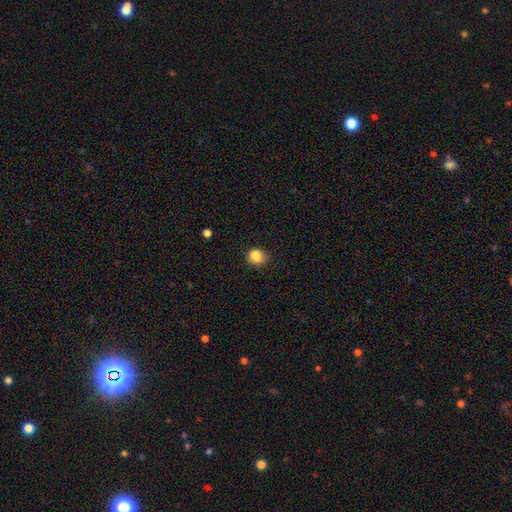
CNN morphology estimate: Smooth or featured?
  - smooth: 83% *
  - star or artifact: 10%
  - featured or disk: 7%
How rounded?
  - round: 62% *
  - in between: 37%
  - cigar-shaped: 1%
Merging?
  - none: 60% *
  - minor disturbance: 27%
  - major disturbance: 7%
  - merger: 6%